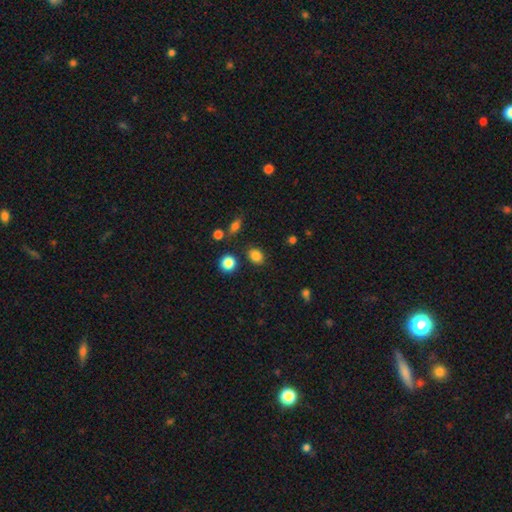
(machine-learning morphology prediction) A smooth galaxy with no disk features (84%) that is in between round and cigar-shaped (62%). Merging: none (83%).